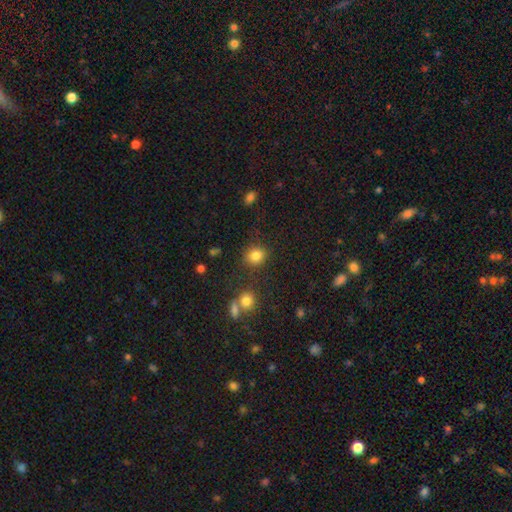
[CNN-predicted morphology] smooth 83%, star or artifact 12%, featured or disk 5%. Down the decision tree: how rounded — round (75%); merging — none (81%).